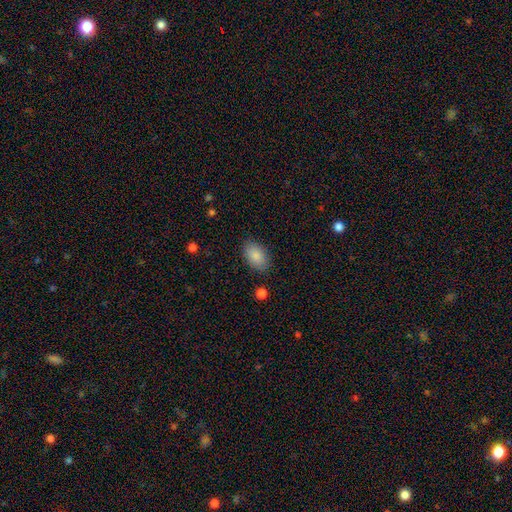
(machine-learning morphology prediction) smooth-or-featured: smooth: 87% | star or artifact: 7% | featured or disk: 6%
  how-rounded: in between: 91% | round: 7% | cigar-shaped: 1%
  merging: none: 86% | minor disturbance: 10% | major disturbance: 3% | merger: 1%